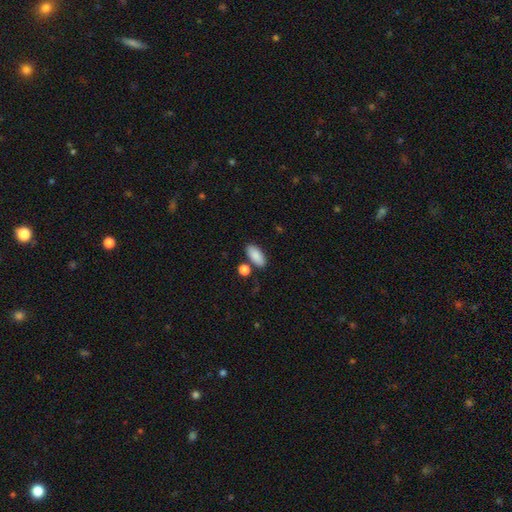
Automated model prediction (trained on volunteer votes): The model was most divided on "merging": none: 76%, minor disturbance: 11%, merger: 10%, major disturbance: 3%. More confident: how rounded — in between (91%); smooth or featured — smooth (88%).